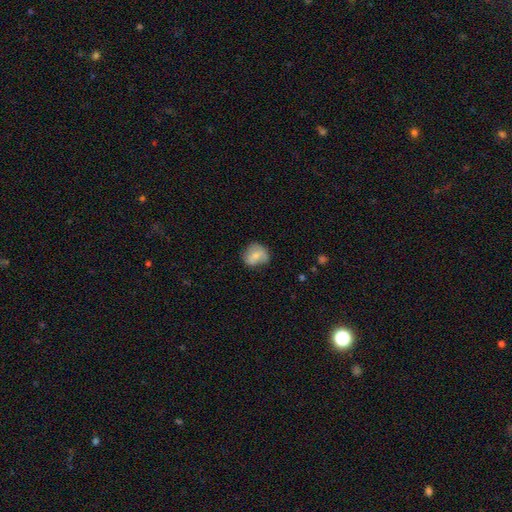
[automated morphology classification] The model was most divided on "merging": none: 52%, minor disturbance: 33%, major disturbance: 12%, merger: 2%. More confident: smooth or featured — smooth (66%); how rounded — round (61%).